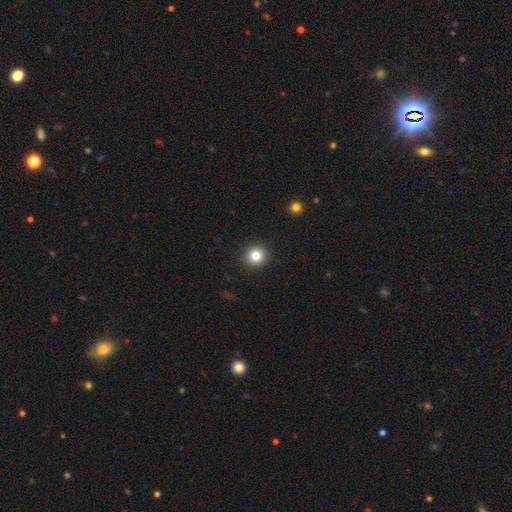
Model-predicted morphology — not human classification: type=smooth (81%); roundness=round (90%); merging=none (92%).